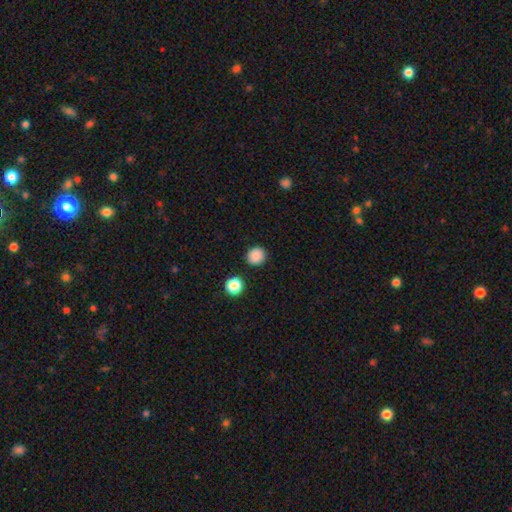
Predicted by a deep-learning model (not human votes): Smooth or featured?
  - smooth: 87% *
  - star or artifact: 10%
  - featured or disk: 3%
How rounded?
  - round: 91% *
  - in between: 8%
  - cigar-shaped: 1%
Merging?
  - none: 89% *
  - minor disturbance: 7%
  - merger: 2%
  - major disturbance: 2%